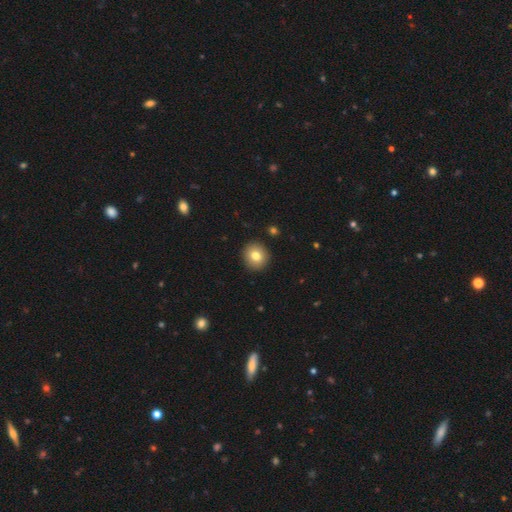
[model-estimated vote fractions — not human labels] The model was most divided on "smooth or featured": smooth: 79%, featured or disk: 11%, star or artifact: 10%. More confident: merging — none (92%); how rounded — round (88%).